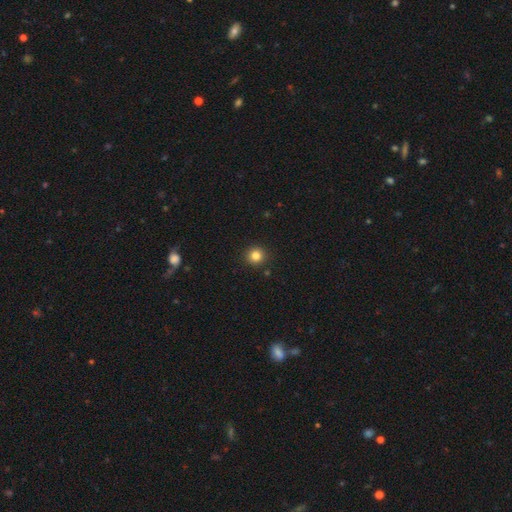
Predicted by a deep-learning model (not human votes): Q: Smooth or featured?
A: smooth (82%); runner-up: star or artifact (12%)
Q: How rounded?
A: round (93%); runner-up: in between (6%)
Q: Merging?
A: none (92%); runner-up: minor disturbance (5%)